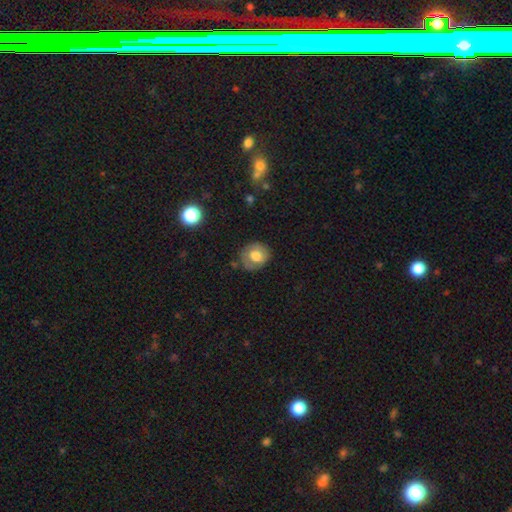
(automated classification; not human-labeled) This appears to be a smooth galaxy with no disk features (66%) that is round (78%). Merging: none (74%).